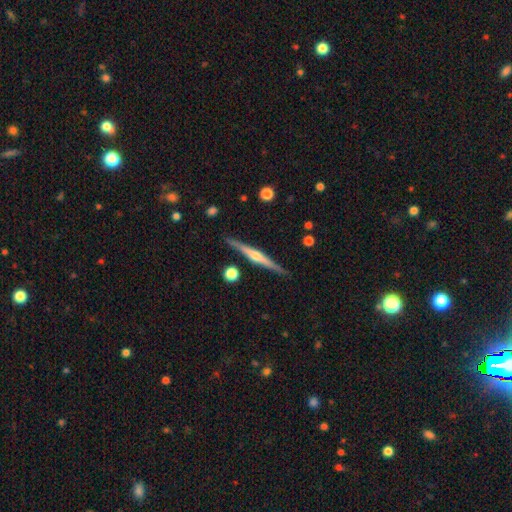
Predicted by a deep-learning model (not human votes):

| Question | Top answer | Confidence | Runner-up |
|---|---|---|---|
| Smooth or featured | featured or disk | 77% | smooth (18%) |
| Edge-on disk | yes | 98% | no (2%) |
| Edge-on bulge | rounded | 84% | none (9%) |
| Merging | none | 89% | minor disturbance (8%) |